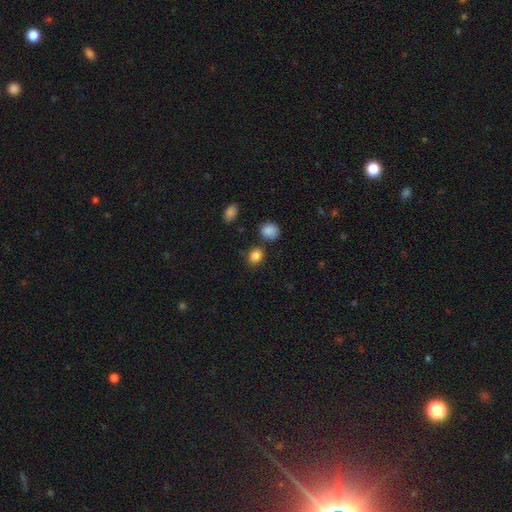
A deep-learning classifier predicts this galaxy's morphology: Smooth or featured: smooth — 85% (star or artifact — 10%)
How rounded: round — 58% (in between — 41%)
Merging: none — 79% (minor disturbance — 11%)